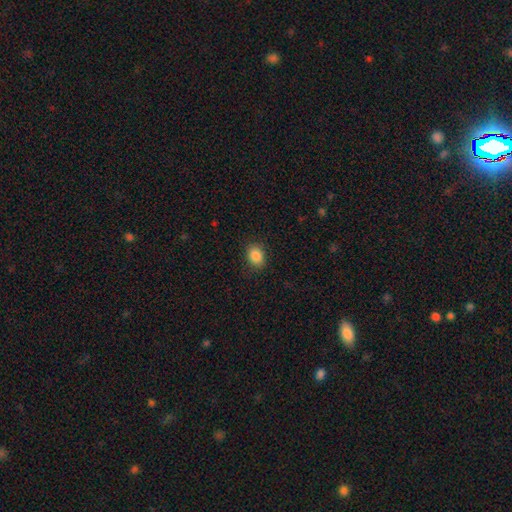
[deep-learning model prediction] A smooth galaxy with no disk features (87%) that is in between round and cigar-shaped (57%).

Vote fractions:
- Smooth or featured? smooth: 87% / star or artifact: 9% / featured or disk: 4%
- How rounded? in between: 57% / round: 42% / cigar-shaped: 1%
- Merging? none: 86% / minor disturbance: 10% / major disturbance: 3% / merger: 1%